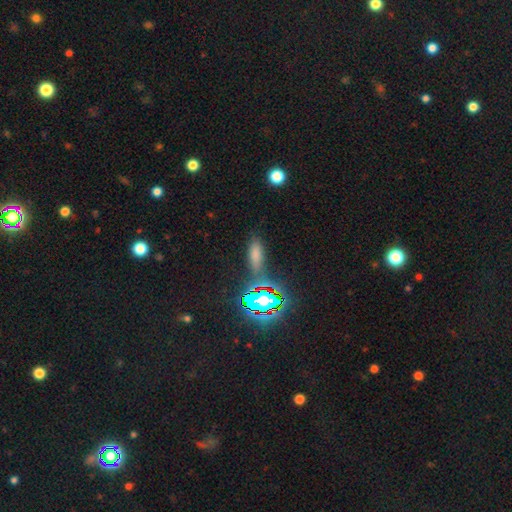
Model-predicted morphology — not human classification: The model was most divided on "how rounded": in between: 55%, cigar-shaped: 40%, round: 5%. More confident: merging — none (72%); smooth or featured — smooth (63%).